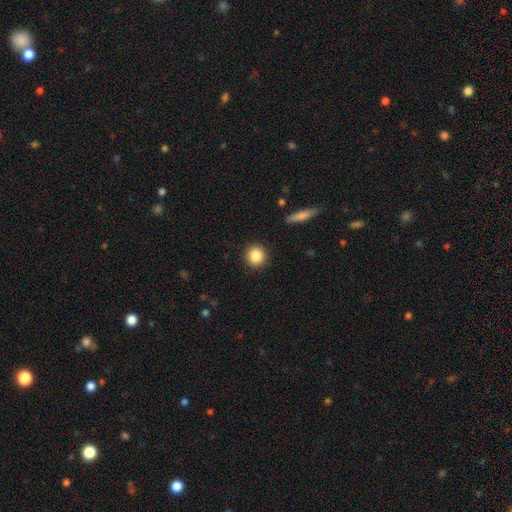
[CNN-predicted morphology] smooth-or-featured: smooth: 86% | star or artifact: 9% | featured or disk: 5%
  how-rounded: round: 92% | in between: 7% | cigar-shaped: 1%
  merging: none: 91% | minor disturbance: 6% | major disturbance: 2% | merger: 1%